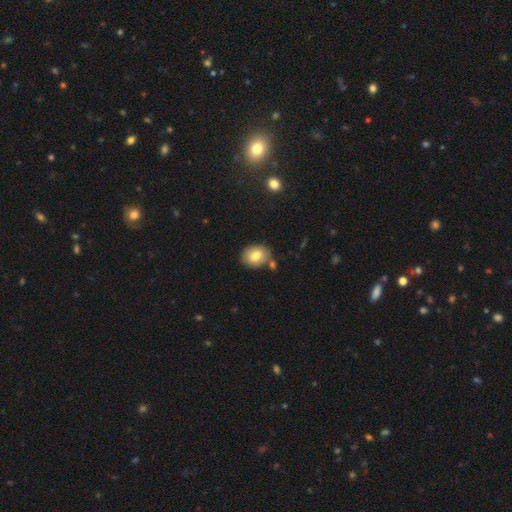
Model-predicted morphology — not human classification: Smooth or featured? smooth (79%)
How rounded? round (51%)
Merging? none (75%)